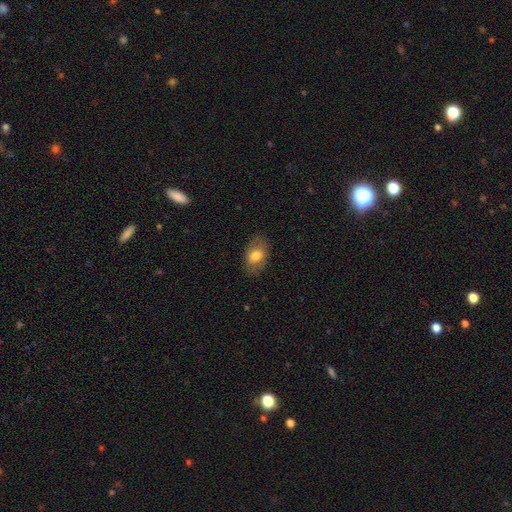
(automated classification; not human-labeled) smooth-or-featured: smooth: 71% | featured or disk: 22% | star or artifact: 7%
  how-rounded: in between: 86% | round: 13% | cigar-shaped: 1%
  merging: none: 80% | minor disturbance: 15% | major disturbance: 5% | merger: 1%